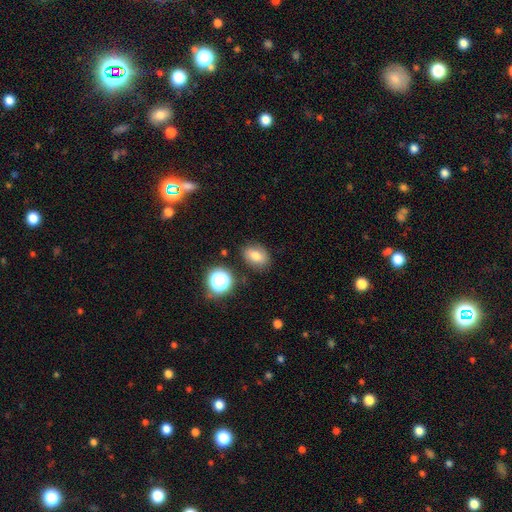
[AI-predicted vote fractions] This appears to be a smooth galaxy with no disk features (74%) that is in between round and cigar-shaped (74%). Merging: none (81%).